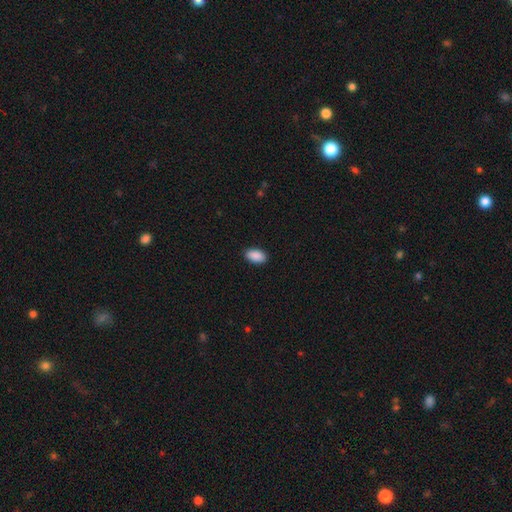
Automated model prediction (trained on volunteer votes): Smooth or featured? smooth (91%)
How rounded? in between (94%)
Merging? none (90%)